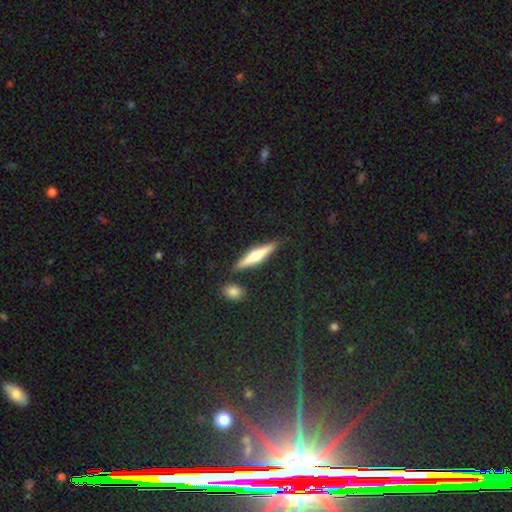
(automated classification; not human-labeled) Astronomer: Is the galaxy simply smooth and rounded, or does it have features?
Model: featured or disk — 53% (runner-up: smooth, 40%).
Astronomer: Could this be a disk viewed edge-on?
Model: yes — 95%.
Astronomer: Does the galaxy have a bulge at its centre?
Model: rounded — 78%.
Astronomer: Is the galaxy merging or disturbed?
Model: none — 85%.